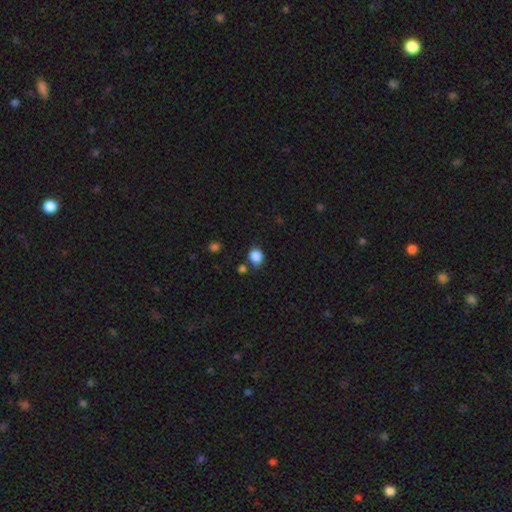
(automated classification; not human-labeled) Overall: smooth (87%). How rounded: round (71%). Merging: none (74%).